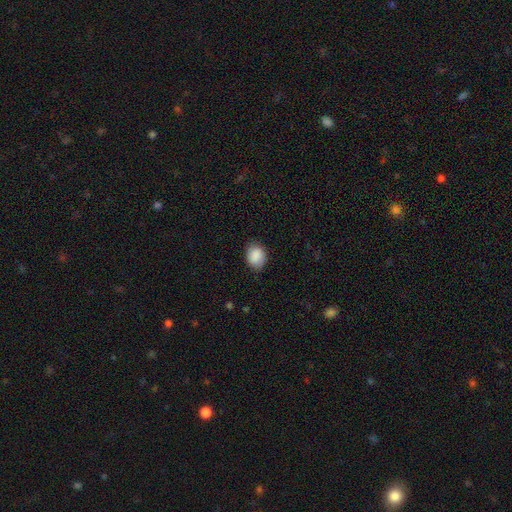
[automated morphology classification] Smooth or featured: smooth — 87% (star or artifact — 7%)
How rounded: in between — 58% (round — 41%)
Merging: none — 78% (minor disturbance — 17%)